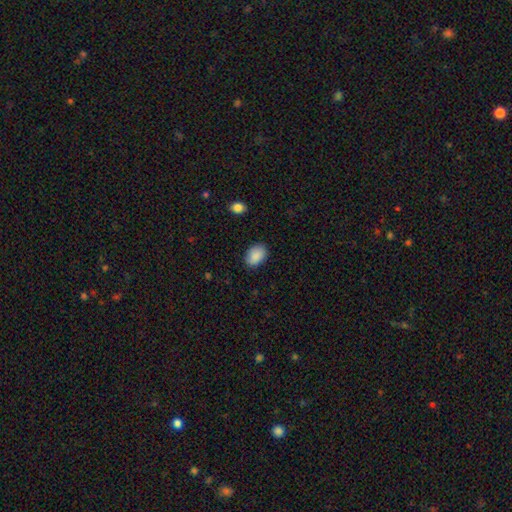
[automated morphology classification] smooth 89%, star or artifact 7%, featured or disk 4%. Down the decision tree: how rounded — in between (82%); merging — none (85%).